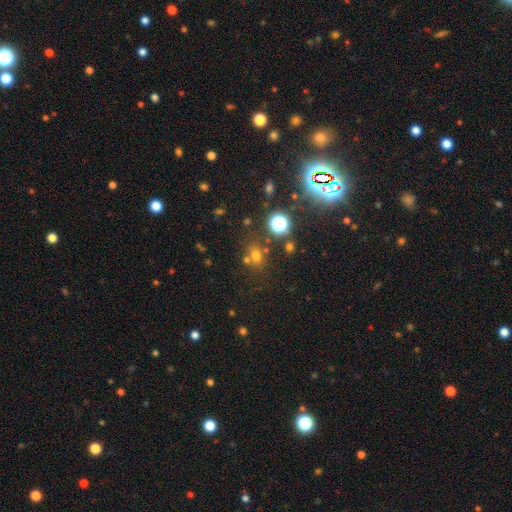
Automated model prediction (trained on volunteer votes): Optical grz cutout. It shows a smooth galaxy with no disk features (56%) that is round (61%). Merging: none (64%).